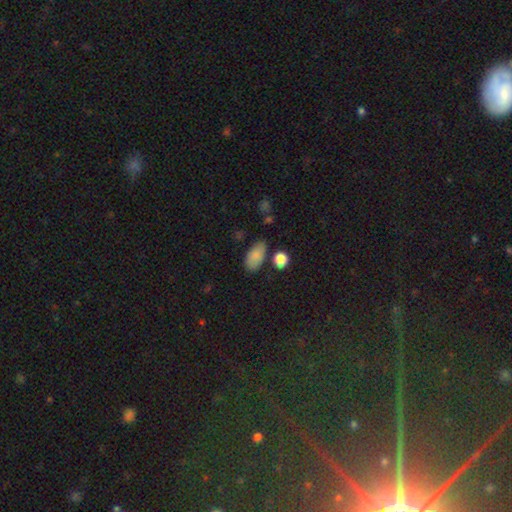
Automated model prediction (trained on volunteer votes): Smooth or featured: smooth — 84% (star or artifact — 8%)
How rounded: in between — 92% (round — 5%)
Merging: none — 68% (minor disturbance — 20%)